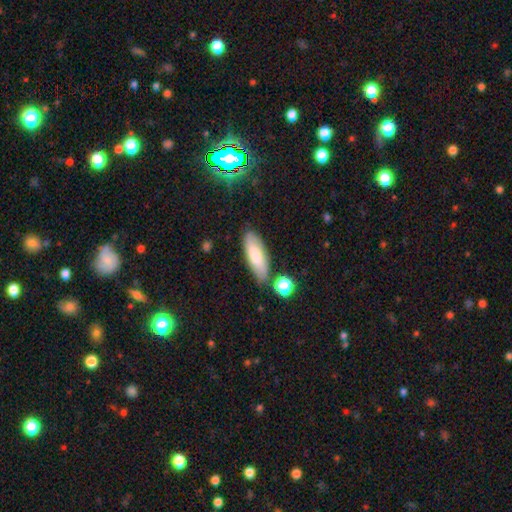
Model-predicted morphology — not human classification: Smooth or featured? smooth (73%)
How rounded? in between (66%)
Merging? none (76%)